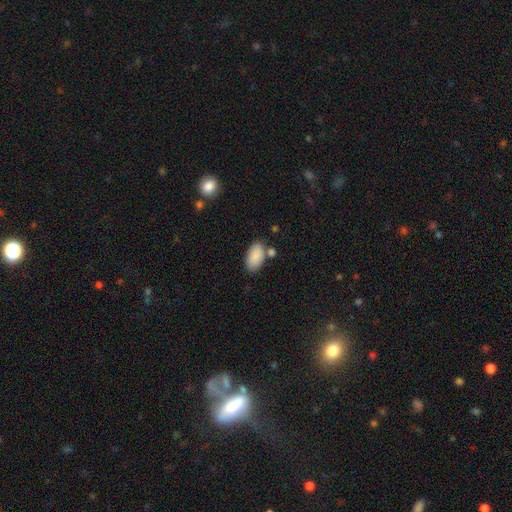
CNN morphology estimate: This is clearly a smooth galaxy (88%). How rounded: clearly in between (95%). Merging: likely none (70%).